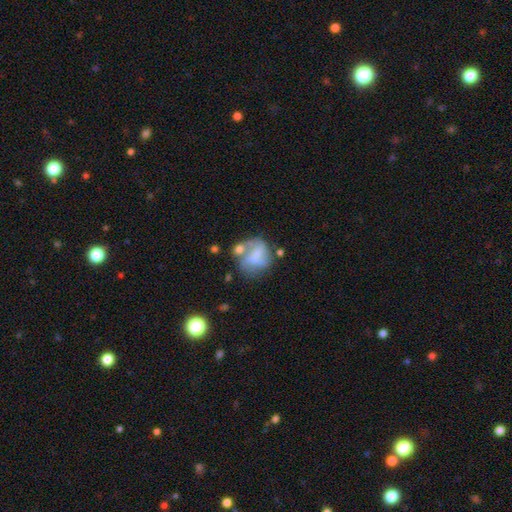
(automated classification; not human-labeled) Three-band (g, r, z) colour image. It shows a featured or disk galaxy (49%). Merging: none (35%).